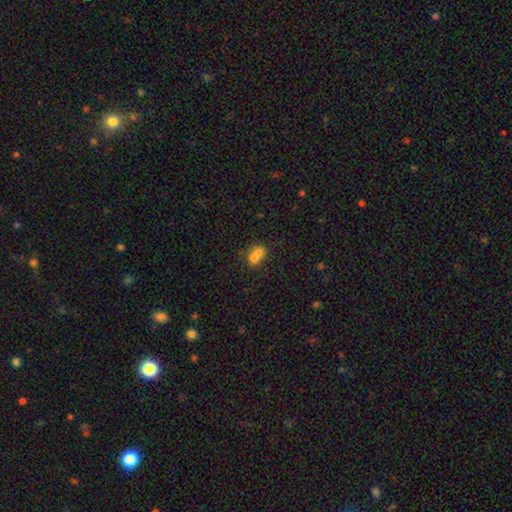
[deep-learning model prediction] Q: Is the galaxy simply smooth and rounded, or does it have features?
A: smooth — 67%.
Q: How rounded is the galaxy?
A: round — 69%.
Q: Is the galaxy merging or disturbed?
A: merger — 69%.